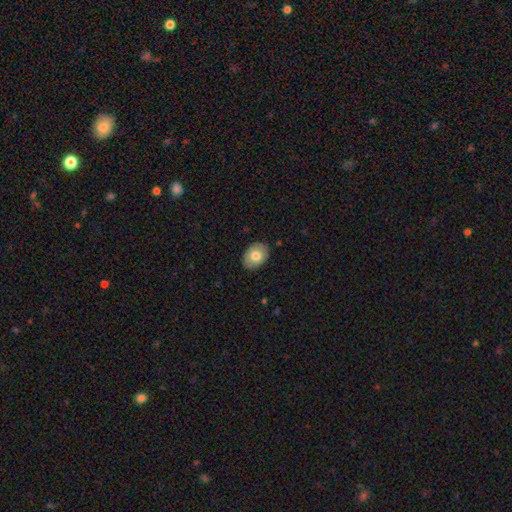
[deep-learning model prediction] Smooth or featured: smooth — 77% (featured or disk — 17%)
How rounded: in between — 76% (round — 23%)
Merging: none — 88% (minor disturbance — 9%)